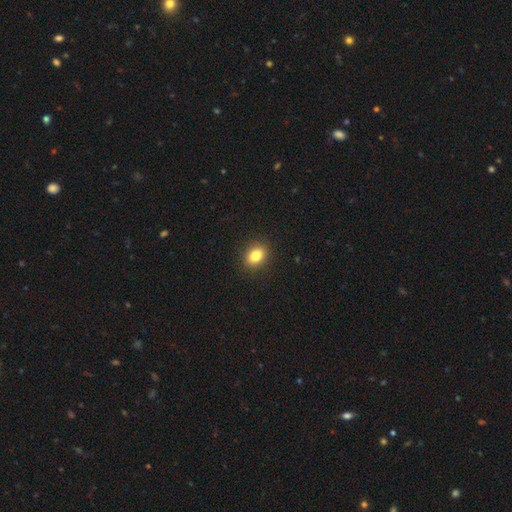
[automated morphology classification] Smooth or featured: smooth — 82% (star or artifact — 10%)
How rounded: in between — 58% (round — 41%)
Merging: none — 90% (minor disturbance — 7%)